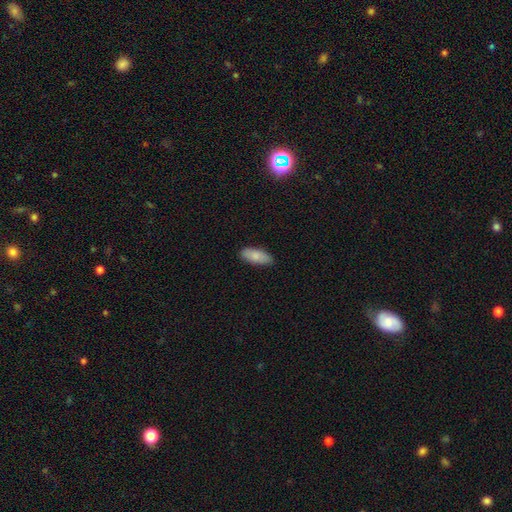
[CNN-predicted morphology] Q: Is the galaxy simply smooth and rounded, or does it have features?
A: smooth — 84%.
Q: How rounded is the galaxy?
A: in between — 81%.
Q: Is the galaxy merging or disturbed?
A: none — 85%.